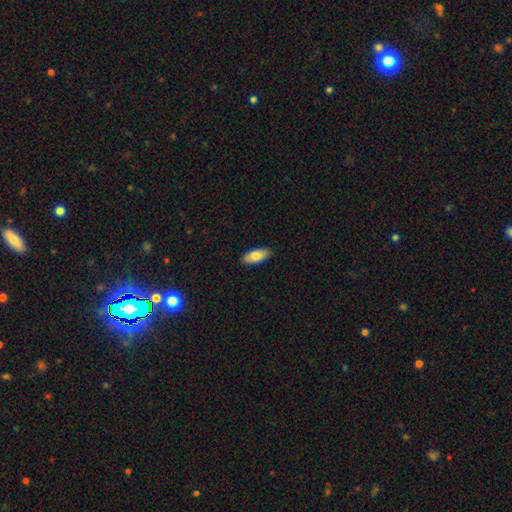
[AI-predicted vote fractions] smooth 81%, featured or disk 13%, star or artifact 6%. Down the decision tree: how rounded — in between (86%); merging — none (90%).